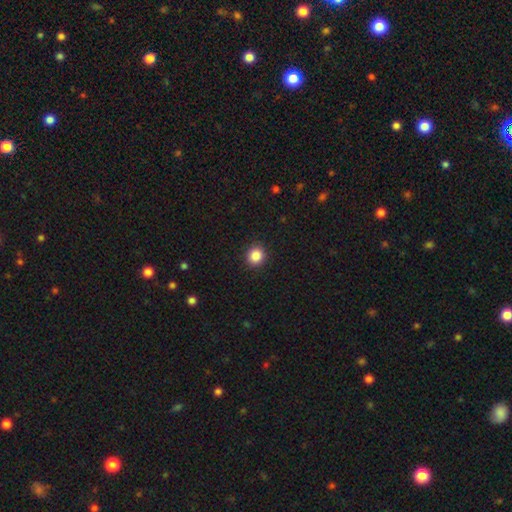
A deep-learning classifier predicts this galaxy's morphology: Smooth or featured? Predicted: smooth (p=0.87). How rounded? Predicted: round (p=0.86). Merging? Predicted: none (p=0.91).